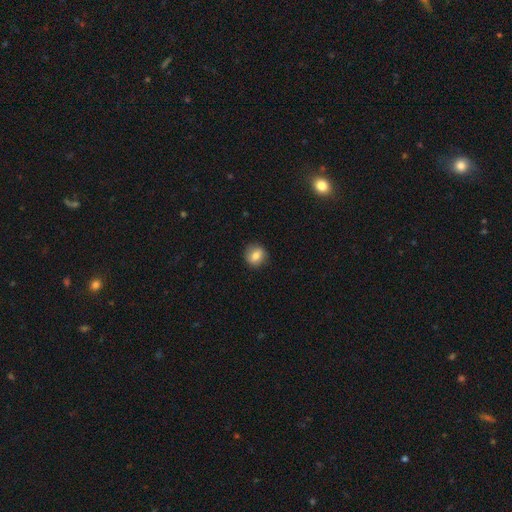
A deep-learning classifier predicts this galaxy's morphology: This is likely a smooth galaxy (76%). How rounded: clearly round (80%). Merging: clearly none (87%).